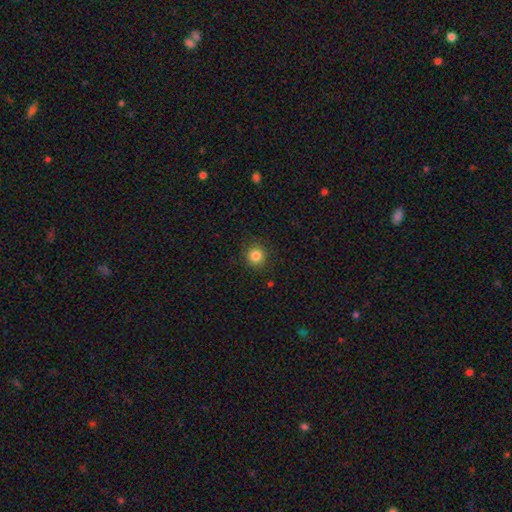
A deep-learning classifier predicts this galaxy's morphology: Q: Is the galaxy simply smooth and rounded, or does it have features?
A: smooth — 85%.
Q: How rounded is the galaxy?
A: round — 92%.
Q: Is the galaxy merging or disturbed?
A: none — 89%.